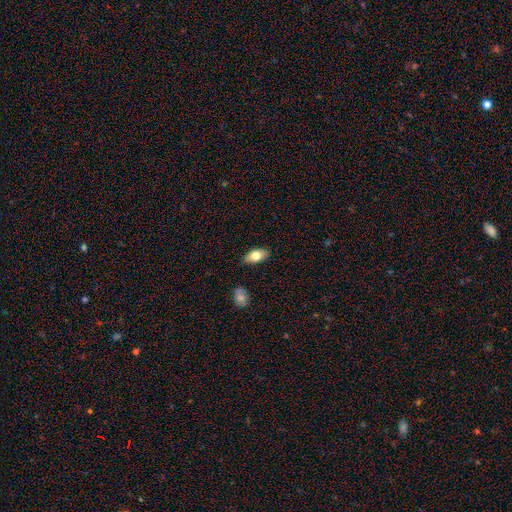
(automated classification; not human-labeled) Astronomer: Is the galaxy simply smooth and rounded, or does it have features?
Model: smooth — 75%.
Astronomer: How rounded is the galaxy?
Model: in between — 90%.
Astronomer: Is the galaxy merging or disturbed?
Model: none — 84%.